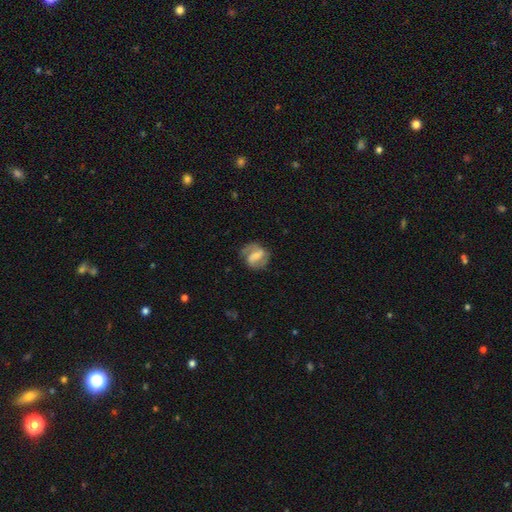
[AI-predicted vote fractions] This is likely a featured or disk galaxy (72%). It is clearly not viewed edge-on (97%). Bar: possibly strong (45%). Spiral arm pattern: clearly yes (89%). Spiral arm count: clearly 2 (82%). Spiral winding: possibly medium (48%). Central bulge: marginally small (39%). Merging: likely none (71%).